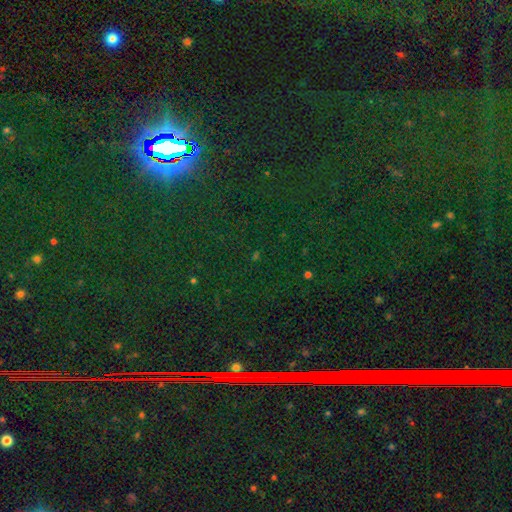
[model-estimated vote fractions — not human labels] Smooth or featured? star or artifact (85%)